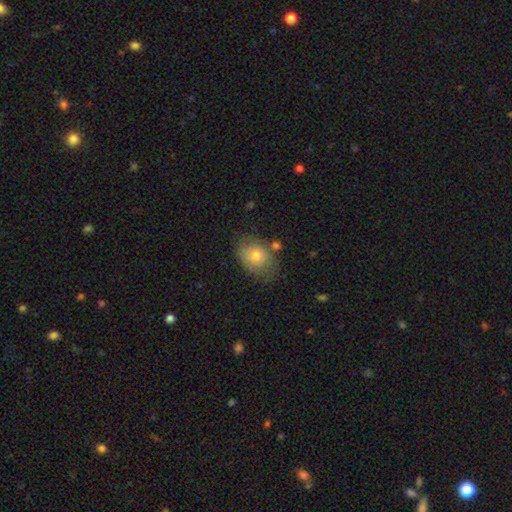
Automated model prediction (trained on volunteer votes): Q: Smooth or featured?
A: smooth (71%); runner-up: featured or disk (21%)
Q: How rounded?
A: in between (70%); runner-up: round (29%)
Q: Merging?
A: none (63%); runner-up: minor disturbance (24%)